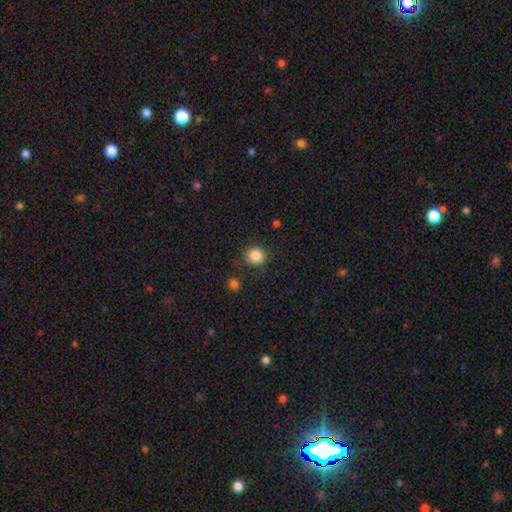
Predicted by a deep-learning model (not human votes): Overall: smooth (85%). How rounded: round (90%). Merging: none (84%).